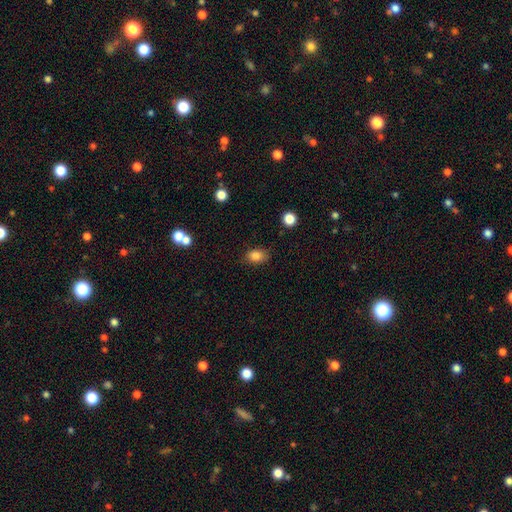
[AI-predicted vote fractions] smooth_or_featured: smooth (p=0.84) [alt: star or artifact p=0.10]
how_rounded: in between (p=0.76) [alt: round p=0.22]
merging: none (p=0.80) [alt: minor disturbance p=0.15]